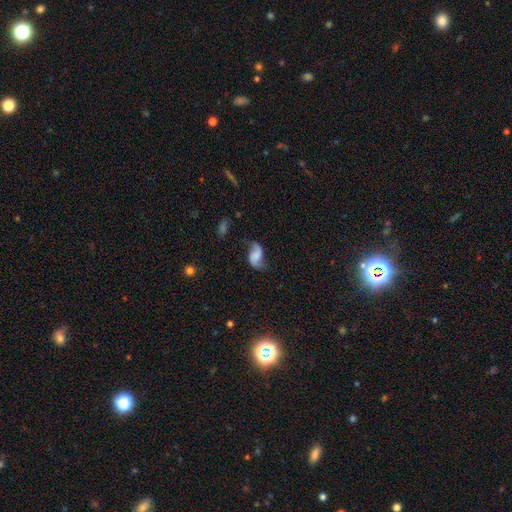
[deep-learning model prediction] smooth-or-featured: featured or disk: 68% | smooth: 23% | star or artifact: 9%
  disk-edge-on: no: 97% | yes: 3%
    bar: no: 52% | weak: 35% | strong: 13%
    has-spiral-arms: yes: 93% | no: 7%
      spiral-winding: loose: 74% | medium: 20% | tight: 6%
      spiral-arm-count: 2: 90% | 1: 4% | can't tell: 3% | 3: 1% | 4: 1% | more than 4: 1%
    bulge-size: none: 54% | small: 17% | moderate: 13% | large: 11% | dominant: 4%
  merging: none: 64% | minor disturbance: 22% | major disturbance: 12% | merger: 3%